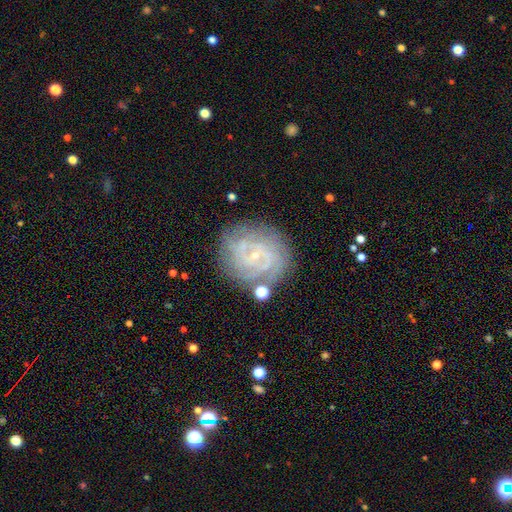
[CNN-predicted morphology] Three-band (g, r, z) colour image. It shows a featured or disk galaxy (79%) with no bar (67%), tight (76%) spiral arms (94%) and a small central bulge (86%). Merging: none (78%).